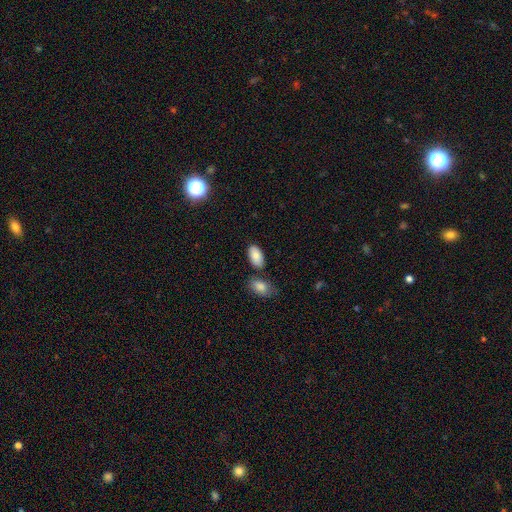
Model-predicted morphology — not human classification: smooth 85%, featured or disk 8%, star or artifact 7%. Down the decision tree: how rounded — in between (94%); merging — none (75%).